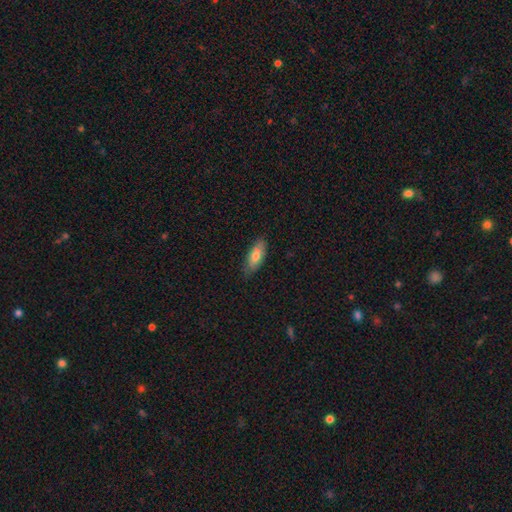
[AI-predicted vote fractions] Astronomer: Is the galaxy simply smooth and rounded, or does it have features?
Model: smooth — 72%.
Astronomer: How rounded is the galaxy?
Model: in between — 79%.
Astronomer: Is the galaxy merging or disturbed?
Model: none — 79%.